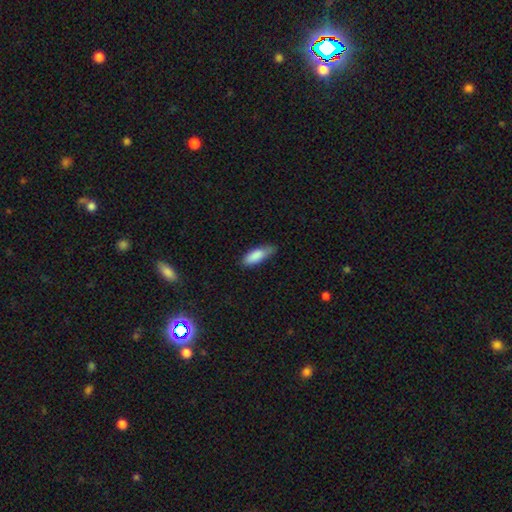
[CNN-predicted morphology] Q: Smooth or featured?
A: smooth (86%); runner-up: featured or disk (8%)
Q: How rounded?
A: in between (66%); runner-up: cigar-shaped (32%)
Q: Merging?
A: none (58%); runner-up: minor disturbance (34%)